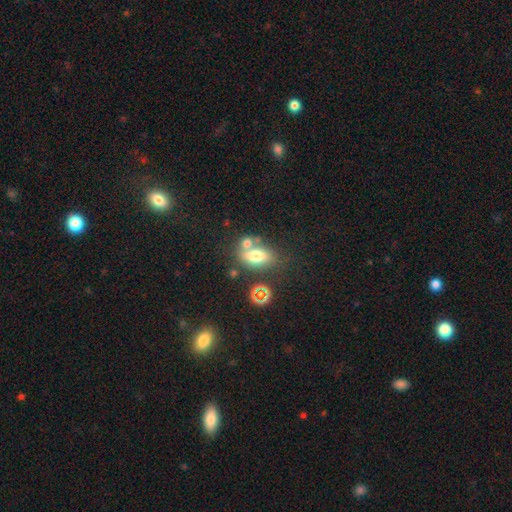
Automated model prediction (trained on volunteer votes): A smooth galaxy with no disk features (68%) that is in between round and cigar-shaped (79%). Merging: none (49%).